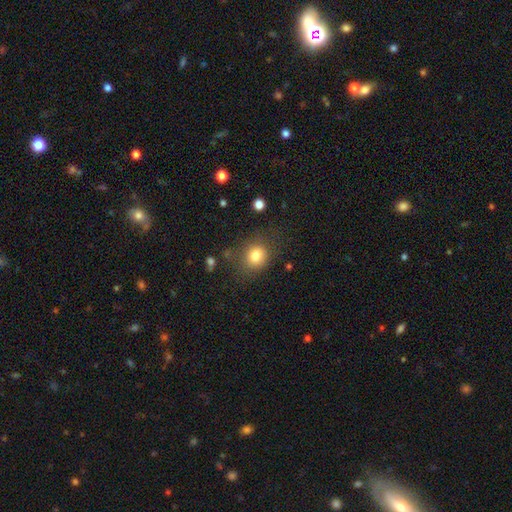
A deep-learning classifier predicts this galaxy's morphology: Smooth or featured?
  - smooth: 80% *
  - star or artifact: 11%
  - featured or disk: 9%
How rounded?
  - round: 69% *
  - in between: 30%
  - cigar-shaped: 1%
Merging?
  - none: 73% *
  - minor disturbance: 17%
  - major disturbance: 8%
  - merger: 3%